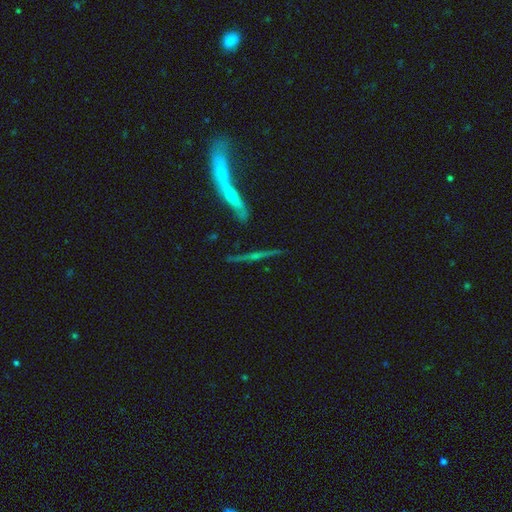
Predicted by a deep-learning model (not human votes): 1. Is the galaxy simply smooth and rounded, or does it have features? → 68% featured or disk, 17% smooth, 15% star or artifact.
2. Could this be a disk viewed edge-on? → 86% yes, 14% no.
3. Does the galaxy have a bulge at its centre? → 57% rounded, 30% none, 13% boxy.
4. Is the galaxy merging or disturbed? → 55% none, 26% merger, 12% minor disturbance, 7% major disturbance.